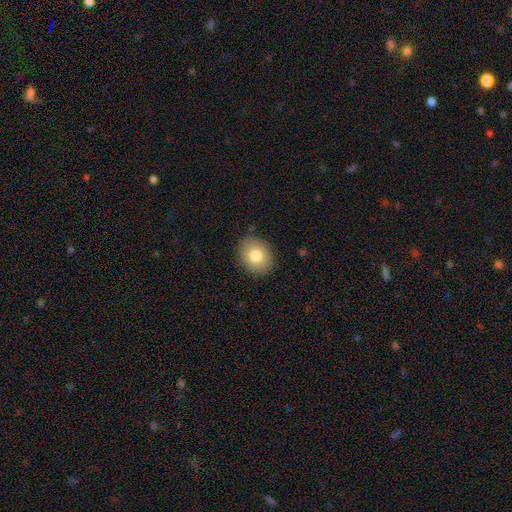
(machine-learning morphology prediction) smooth-or-featured: smooth: 80% | featured or disk: 11% | star or artifact: 9%
  how-rounded: round: 52% | in between: 48% | cigar-shaped: 1%
  merging: none: 87% | minor disturbance: 9% | major disturbance: 2% | merger: 1%